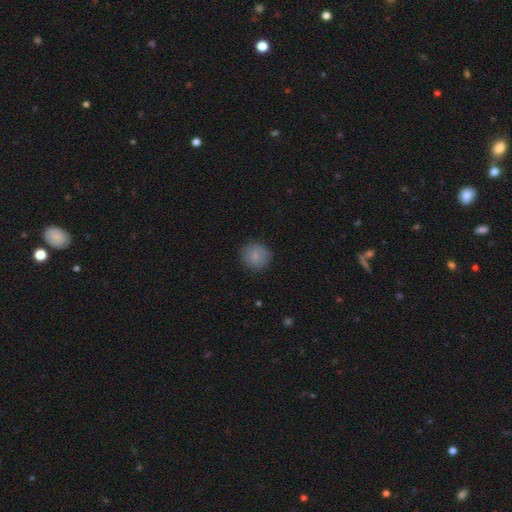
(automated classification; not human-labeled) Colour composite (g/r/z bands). It shows a smooth galaxy with no disk features (85%) that is round (90%). Merging: none (87%).